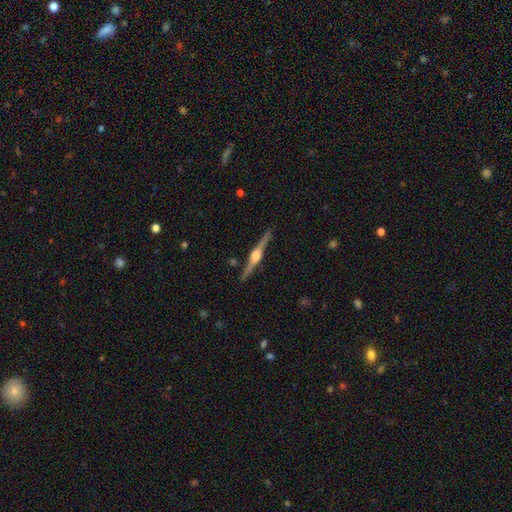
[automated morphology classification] Smooth or featured: featured or disk — 86% (smooth — 9%)
Edge-on disk: yes — 99% (no — 1%)
Edge-on bulge: rounded — 92% (boxy — 6%)
Merging: none — 91% (minor disturbance — 7%)